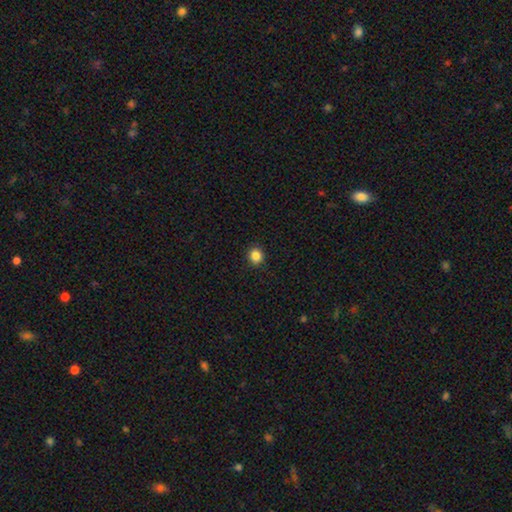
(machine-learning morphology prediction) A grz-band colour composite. It shows a smooth galaxy with no disk features (85%) that is round (87%). Merging: none (92%).